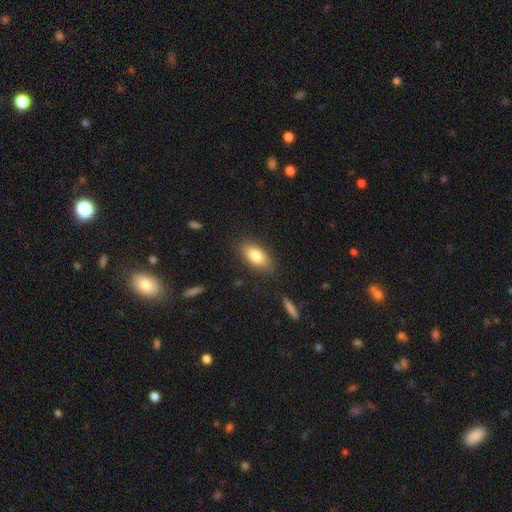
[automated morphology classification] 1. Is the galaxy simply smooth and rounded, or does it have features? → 81% smooth, 12% featured or disk, 7% star or artifact.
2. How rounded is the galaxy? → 88% in between, 7% cigar-shaped, 4% round.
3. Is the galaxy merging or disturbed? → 83% none, 12% minor disturbance, 3% major disturbance, 2% merger.